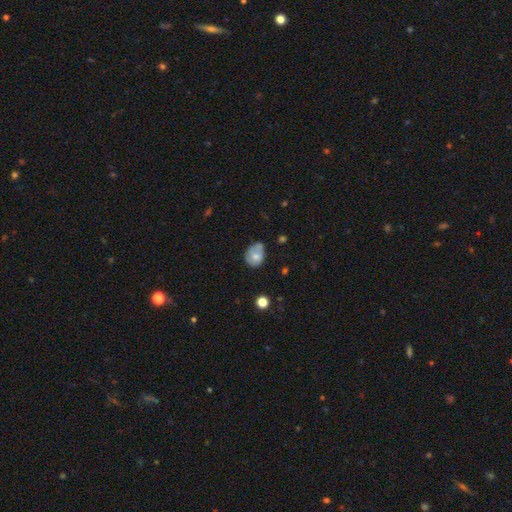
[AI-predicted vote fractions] Smooth or featured: smooth — 65% (featured or disk — 26%)
How rounded: in between — 56% (round — 43%)
Merging: none — 39% (minor disturbance — 37%)